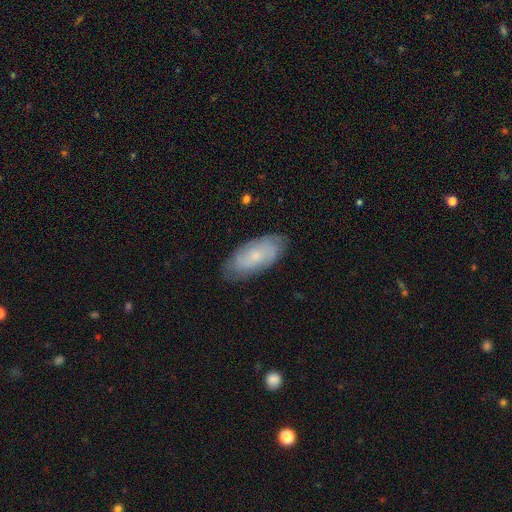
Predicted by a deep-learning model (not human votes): Morphology: type=featured or disk (49%); merging=none (80%).